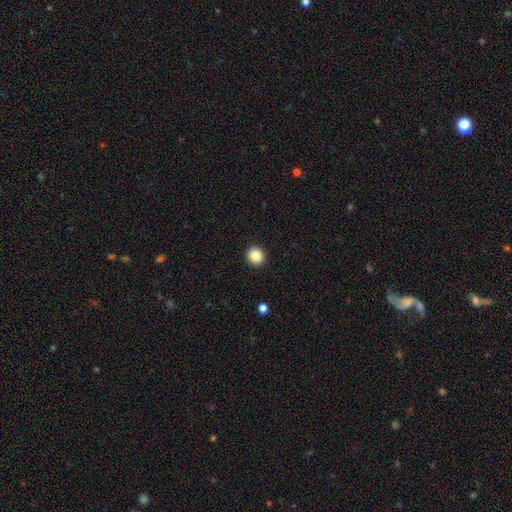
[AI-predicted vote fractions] A smooth galaxy with no disk features (85%) that is round (90%). Merging: none (93%).